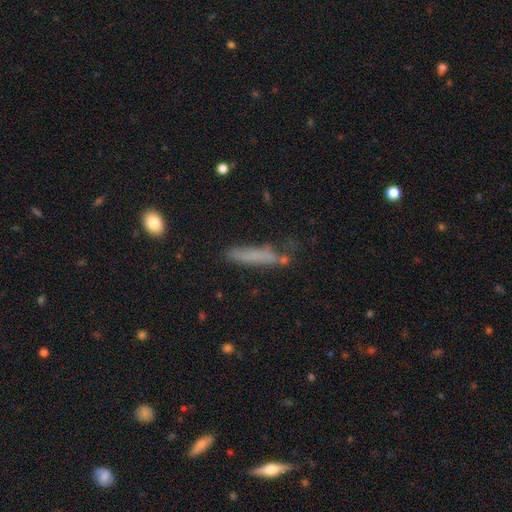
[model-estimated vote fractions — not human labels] Overall: smooth (68%). How rounded: cigar-shaped (88%). Merging: none (64%).